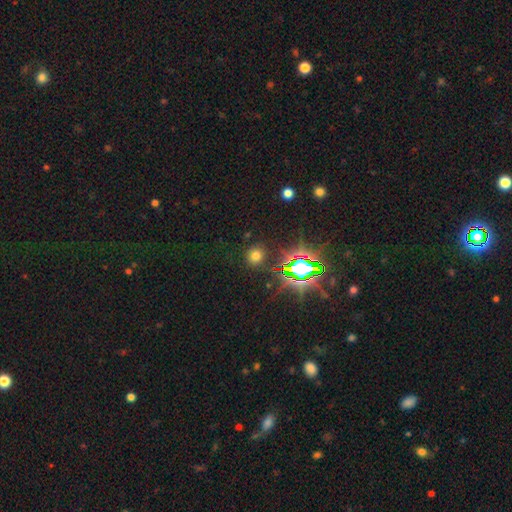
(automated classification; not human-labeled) smooth-or-featured: smooth: 61% | star or artifact: 32% | featured or disk: 7%
  how-rounded: round: 86% | in between: 13% | cigar-shaped: 1%
  merging: none: 88% | minor disturbance: 7% | major disturbance: 3% | merger: 2%